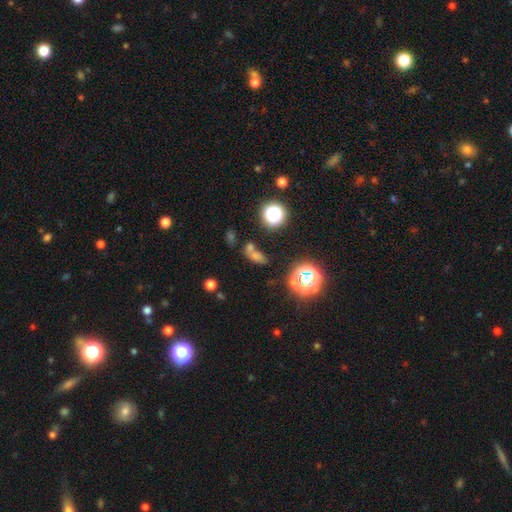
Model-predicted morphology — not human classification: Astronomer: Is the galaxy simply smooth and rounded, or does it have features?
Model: smooth — 57%.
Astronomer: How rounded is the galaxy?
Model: in between — 68%.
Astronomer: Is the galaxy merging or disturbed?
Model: none — 46% (runner-up: merger, 34%).